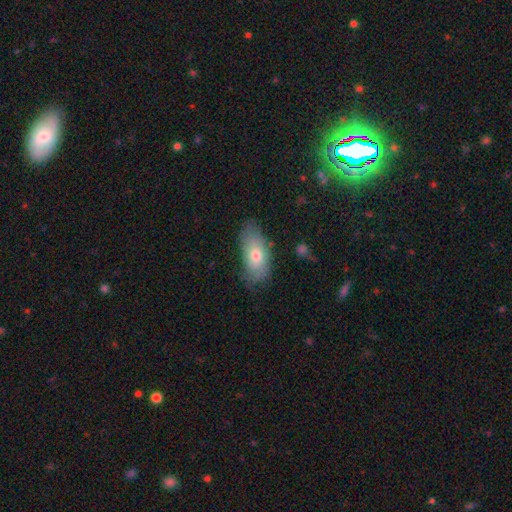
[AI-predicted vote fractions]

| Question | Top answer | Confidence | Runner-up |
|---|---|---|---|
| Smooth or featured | smooth | 69% | featured or disk (24%) |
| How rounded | in between | 90% | cigar-shaped (5%) |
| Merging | none | 63% | minor disturbance (27%) |